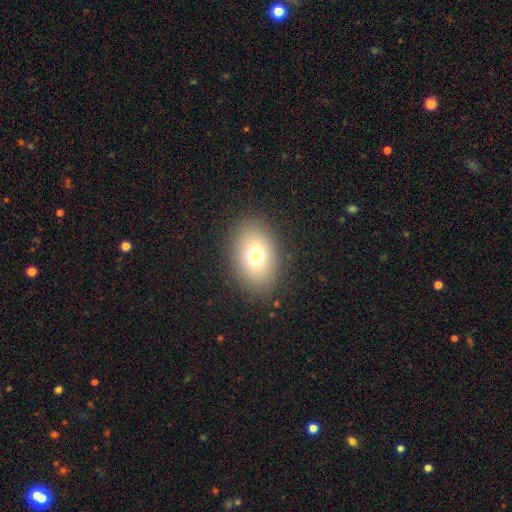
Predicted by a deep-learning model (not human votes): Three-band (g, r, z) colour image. It shows a smooth galaxy with no disk features (74%) that is in between round and cigar-shaped (76%). Merging: none (86%).